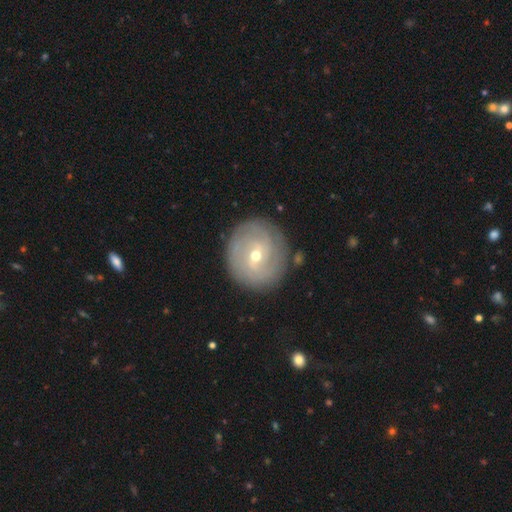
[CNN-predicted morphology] featured or disk 76%, smooth 17%, star or artifact 7%. Down the decision tree: edge-on disk — no (97%); bar — weak (47%); spiral arms — yes (89%); spiral arm count — can't tell (35%); spiral winding — tight (75%); bulge size — small (52%); merging — none (85%).